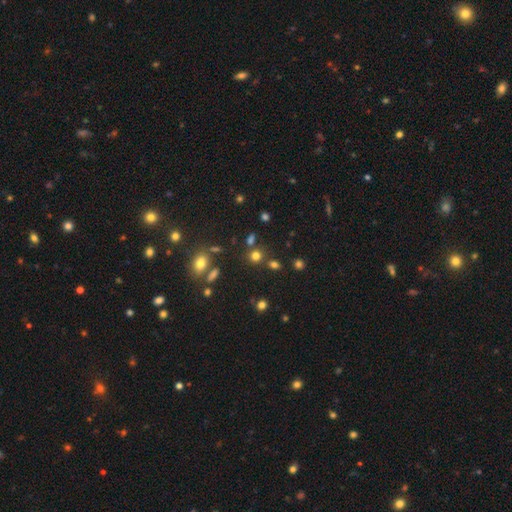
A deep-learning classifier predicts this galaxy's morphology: Smooth or featured: smooth — 71% (star or artifact — 22%)
How rounded: round — 84% (in between — 15%)
Merging: none — 74% (merger — 13%)